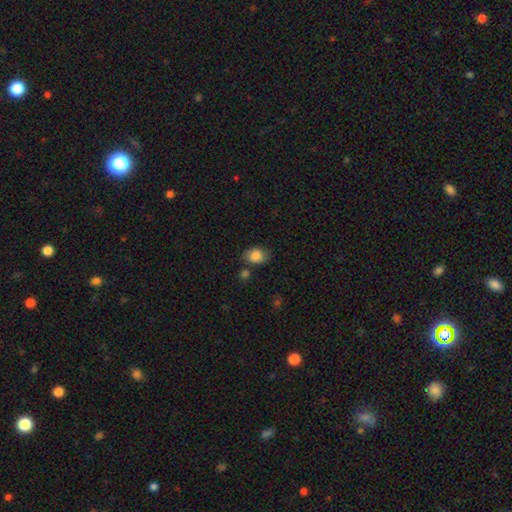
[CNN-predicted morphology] This appears to be a smooth galaxy with no disk features (84%) that is in between round and cigar-shaped (62%). Merging: none (67%).